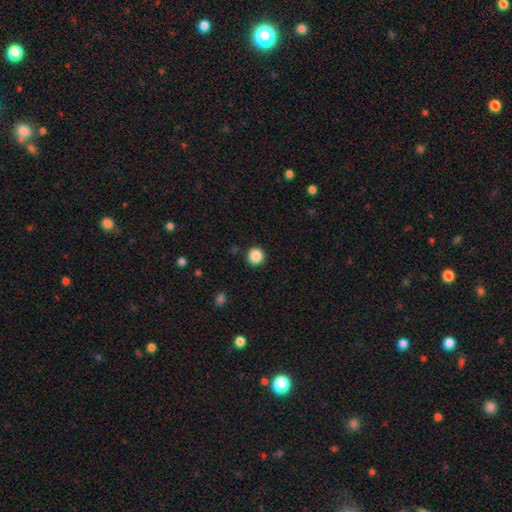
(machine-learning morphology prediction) This is clearly a smooth galaxy (87%). How rounded: clearly round (95%). Merging: clearly none (91%).